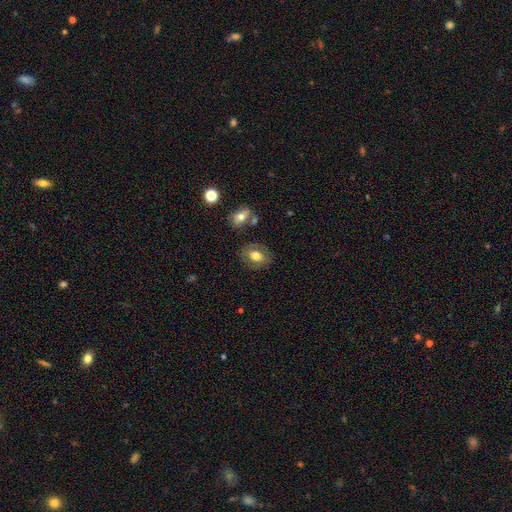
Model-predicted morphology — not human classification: The model was most divided on "how rounded": in between: 57%, round: 42%, cigar-shaped: 1%. More confident: merging — none (78%); smooth or featured — smooth (61%).